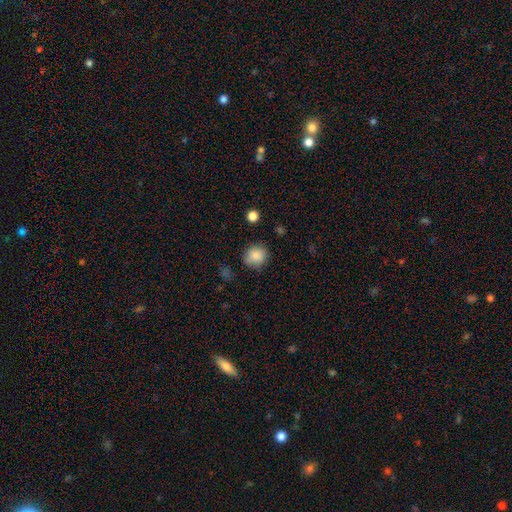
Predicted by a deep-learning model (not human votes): A smooth galaxy with no disk features (84%) that is round (83%).

Vote fractions:
- Smooth or featured? smooth: 84% / star or artifact: 9% / featured or disk: 6%
- How rounded? round: 83% / in between: 16% / cigar-shaped: 1%
- Merging? none: 77% / minor disturbance: 17% / major disturbance: 4% / merger: 2%